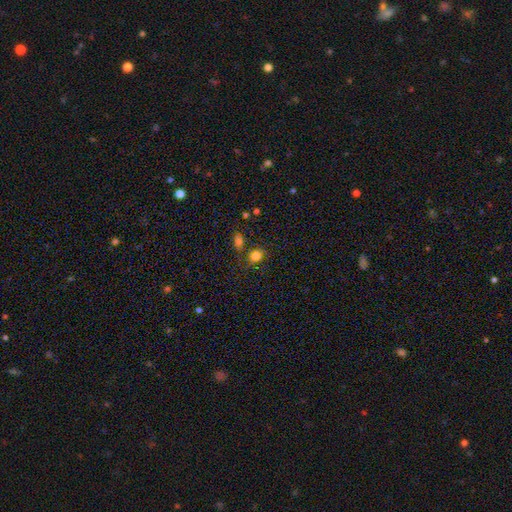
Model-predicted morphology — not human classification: smooth-or-featured: smooth: 79% | star or artifact: 16% | featured or disk: 5%
  how-rounded: round: 64% | in between: 35% | cigar-shaped: 1%
  merging: none: 73% | minor disturbance: 12% | merger: 10% | major disturbance: 4%